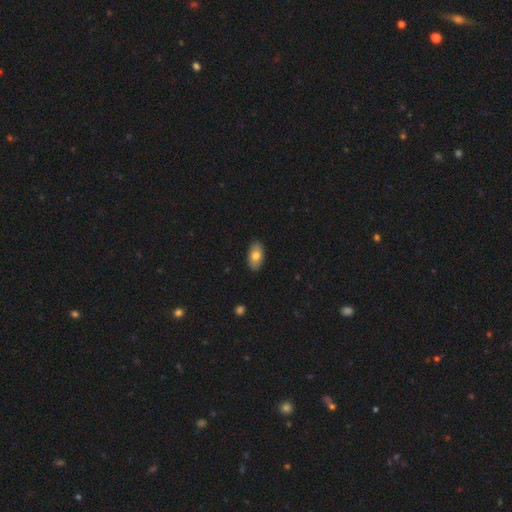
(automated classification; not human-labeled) Smooth or featured? Predicted: smooth (p=0.77). How rounded? Predicted: in between (p=0.93). Merging? Predicted: none (p=0.88).